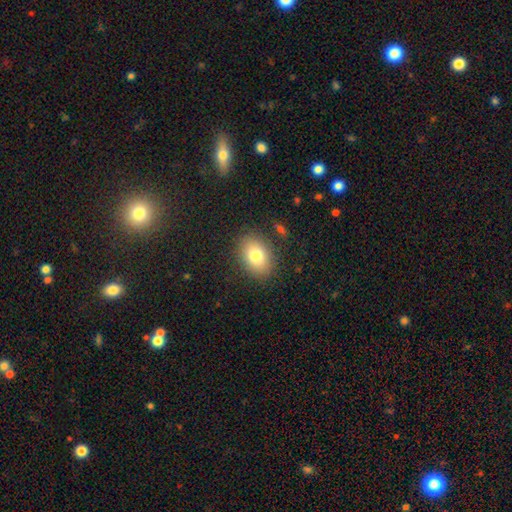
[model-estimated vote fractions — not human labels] A smooth galaxy with no disk features (79%) that is in between round and cigar-shaped (74%). Merging: none (86%).